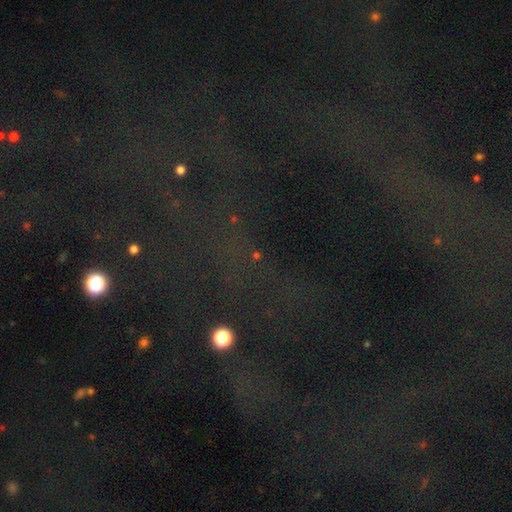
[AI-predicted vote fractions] A star or artifact, not a galaxy (65%).